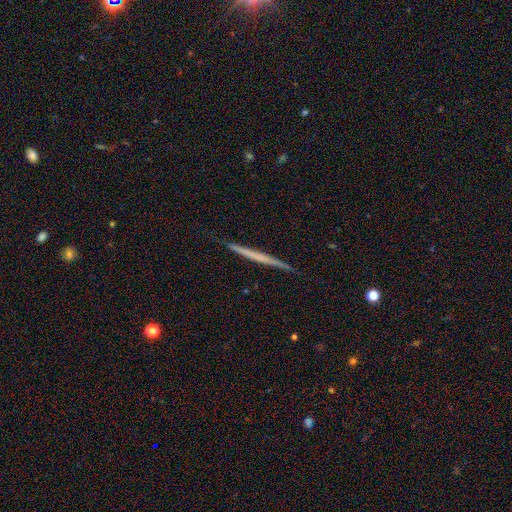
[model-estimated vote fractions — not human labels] smooth_or_featured: featured or disk (p=0.55) [alt: smooth p=0.40]
disk_edge_on: yes (p=0.98) [alt: no p=0.02]
edge_on_bulge: none (p=0.89) [alt: rounded p=0.07]
merging: none (p=0.90) [alt: minor disturbance p=0.07]